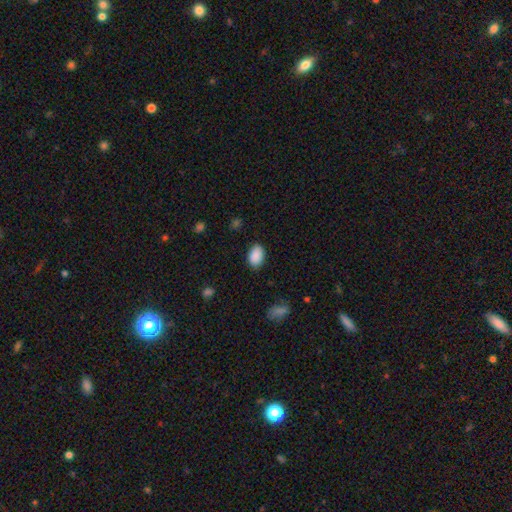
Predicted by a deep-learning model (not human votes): Q: Smooth or featured?
A: smooth (90%); runner-up: star or artifact (7%)
Q: How rounded?
A: in between (88%); runner-up: round (11%)
Q: Merging?
A: none (85%); runner-up: minor disturbance (11%)